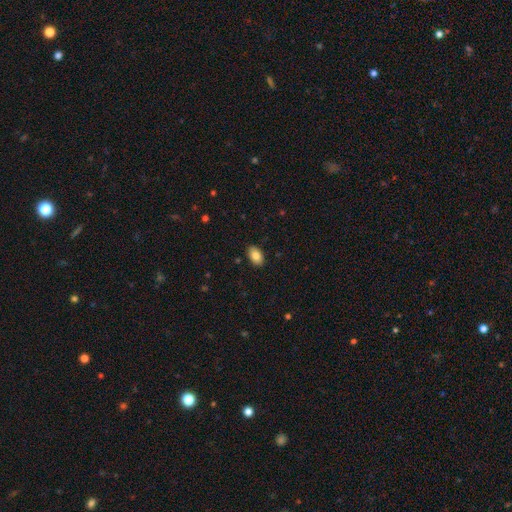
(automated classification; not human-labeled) A smooth galaxy with no disk features (85%) that is in between round and cigar-shaped (92%). Merging: none (89%).